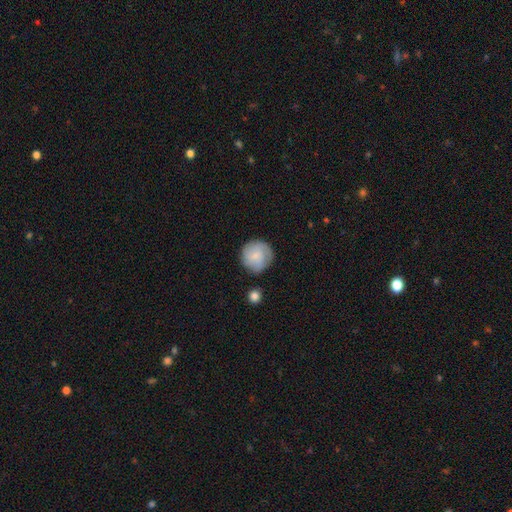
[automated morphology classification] This appears to be a smooth galaxy with no disk features (63%) that is round (93%). Merging: none (73%).